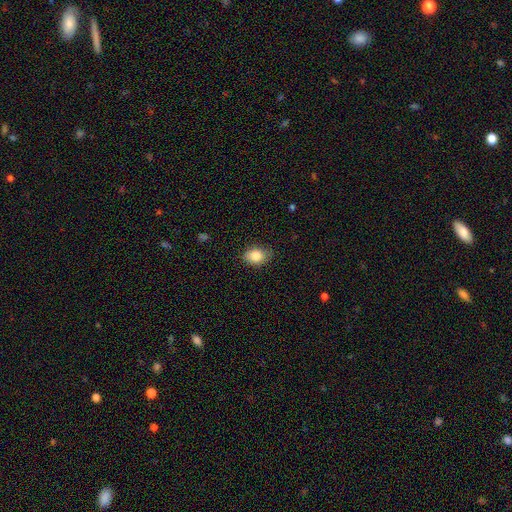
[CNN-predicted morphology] Q: Smooth or featured?
A: smooth (84%); runner-up: star or artifact (8%)
Q: How rounded?
A: in between (71%); runner-up: round (28%)
Q: Merging?
A: none (80%); runner-up: minor disturbance (16%)